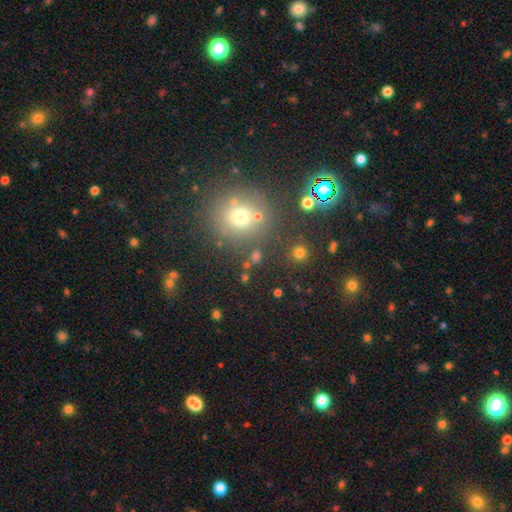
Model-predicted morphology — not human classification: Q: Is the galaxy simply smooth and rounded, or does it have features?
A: smooth — 60%.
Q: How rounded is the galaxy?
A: round — 85%.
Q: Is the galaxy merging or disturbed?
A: none — 76%.